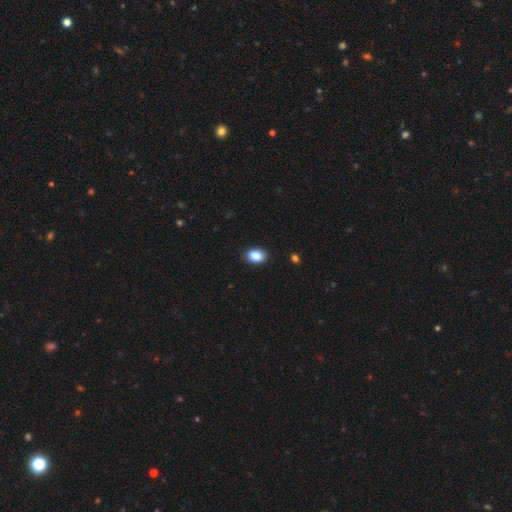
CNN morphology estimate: This appears to be a smooth galaxy with no disk features (88%) that is in between round and cigar-shaped (84%). Merging: none (88%).